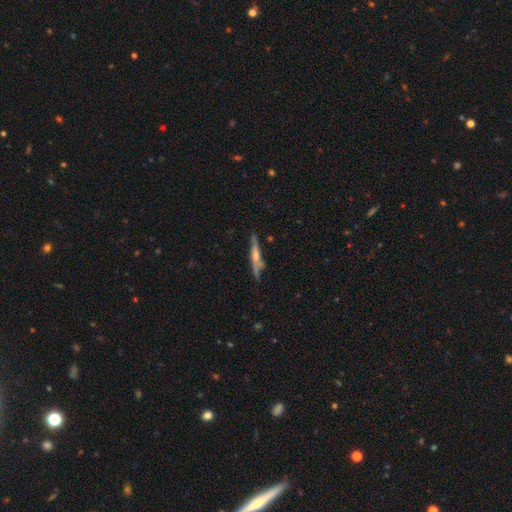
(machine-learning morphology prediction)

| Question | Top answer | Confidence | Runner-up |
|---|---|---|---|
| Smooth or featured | featured or disk | 65% | smooth (28%) |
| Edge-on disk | yes | 94% | no (6%) |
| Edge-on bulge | rounded | 69% | none (20%) |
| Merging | none | 74% | minor disturbance (18%) |